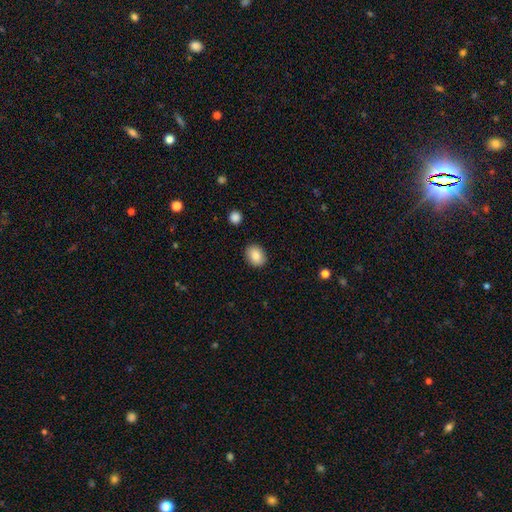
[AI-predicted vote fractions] Smooth or featured? Predicted: smooth (p=0.86). How rounded? Predicted: in between (p=0.58). Merging? Predicted: none (p=0.89).